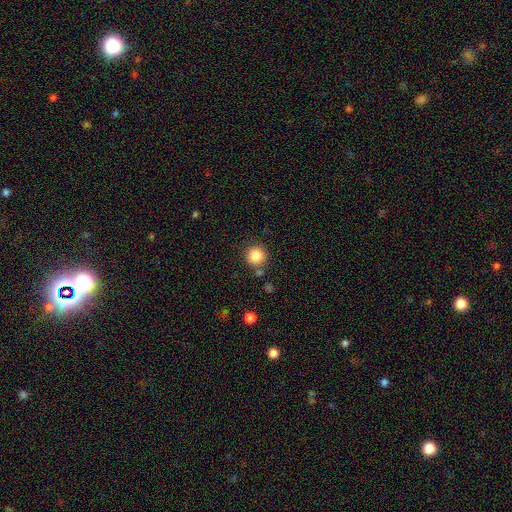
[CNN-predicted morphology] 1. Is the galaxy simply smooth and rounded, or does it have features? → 85% smooth, 10% star or artifact, 5% featured or disk.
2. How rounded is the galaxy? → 95% round, 5% in between, 1% cigar-shaped.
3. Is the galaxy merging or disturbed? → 83% none, 8% minor disturbance, 6% merger, 3% major disturbance.